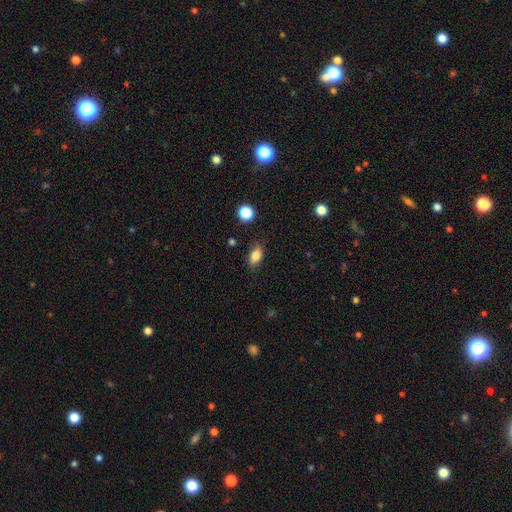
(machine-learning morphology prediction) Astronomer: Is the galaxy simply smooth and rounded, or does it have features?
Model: smooth — 83%.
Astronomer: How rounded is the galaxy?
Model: in between — 84%.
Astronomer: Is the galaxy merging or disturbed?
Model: none — 85%.